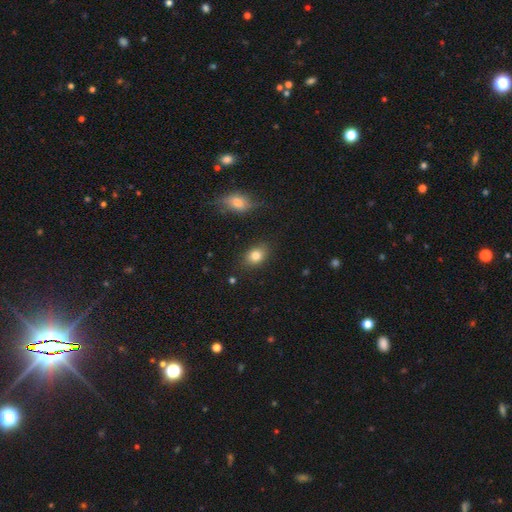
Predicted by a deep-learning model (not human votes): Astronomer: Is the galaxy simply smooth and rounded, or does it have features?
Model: smooth — 82%.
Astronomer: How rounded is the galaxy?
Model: in between — 71%.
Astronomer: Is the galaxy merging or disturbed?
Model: none — 82%.